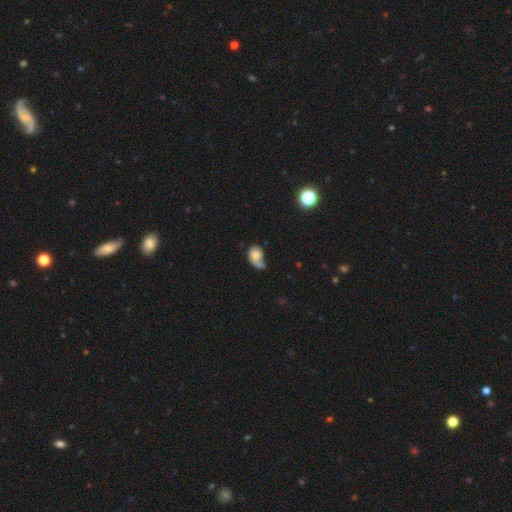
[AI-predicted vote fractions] Smooth or featured?
  - smooth: 61% *
  - featured or disk: 29%
  - star or artifact: 10%
How rounded?
  - in between: 68% *
  - round: 30%
  - cigar-shaped: 2%
Merging?
  - major disturbance: 31% *
  - none: 27%
  - minor disturbance: 25%
  - merger: 18%